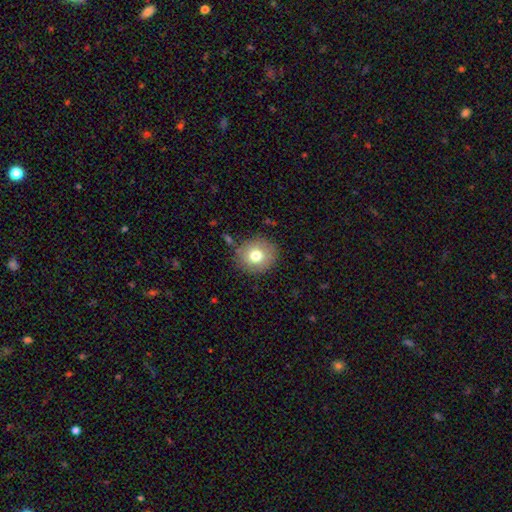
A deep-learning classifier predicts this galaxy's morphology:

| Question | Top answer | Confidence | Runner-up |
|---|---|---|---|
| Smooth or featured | smooth | 75% | featured or disk (15%) |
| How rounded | round | 83% | in between (16%) |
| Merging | none | 84% | minor disturbance (10%) |